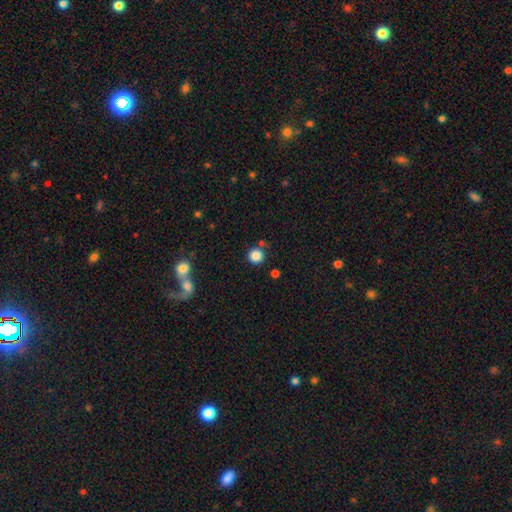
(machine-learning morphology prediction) type=smooth (86%); roundness=round (93%); merging=none (79%).